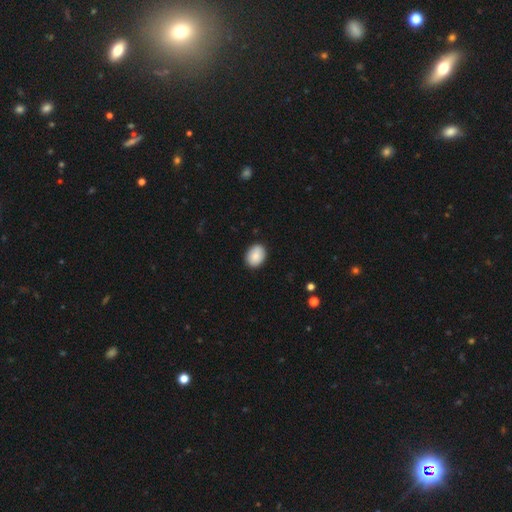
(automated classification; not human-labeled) Smooth or featured? Predicted: smooth (p=0.86). How rounded? Predicted: in between (p=0.69). Merging? Predicted: none (p=0.88).